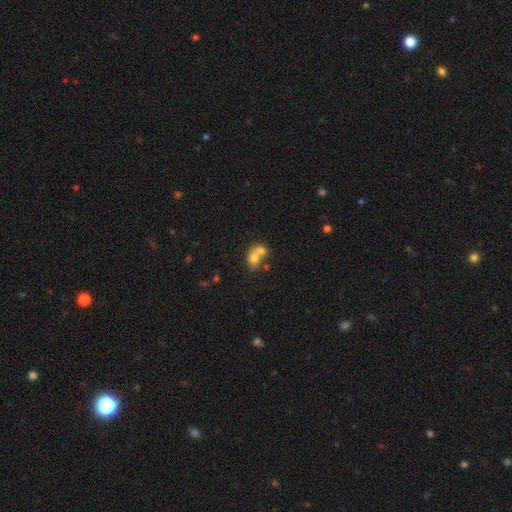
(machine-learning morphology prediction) Q: Smooth or featured?
A: smooth (70%); runner-up: featured or disk (21%)
Q: How rounded?
A: in between (52%); runner-up: round (47%)
Q: Merging?
A: merger (71%); runner-up: none (20%)